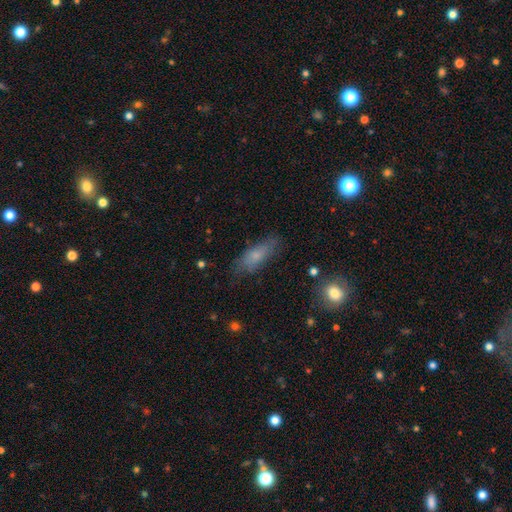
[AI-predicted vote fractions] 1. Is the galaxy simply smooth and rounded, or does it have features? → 70% smooth, 21% featured or disk, 8% star or artifact.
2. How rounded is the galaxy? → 59% in between, 38% cigar-shaped, 3% round.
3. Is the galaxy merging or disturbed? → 72% none, 20% minor disturbance, 6% major disturbance, 2% merger.